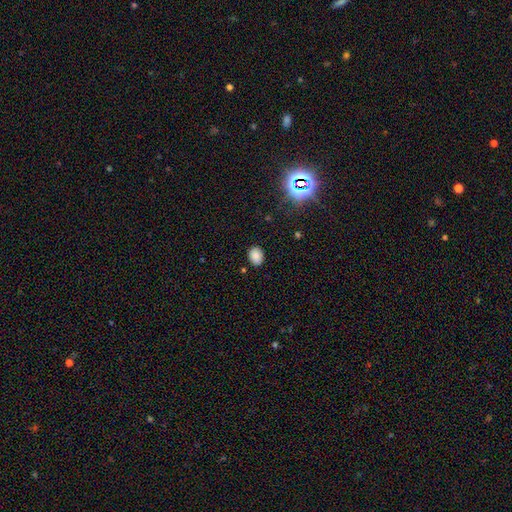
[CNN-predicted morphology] type=smooth (83%); roundness=in between (60%); merging=none (85%).